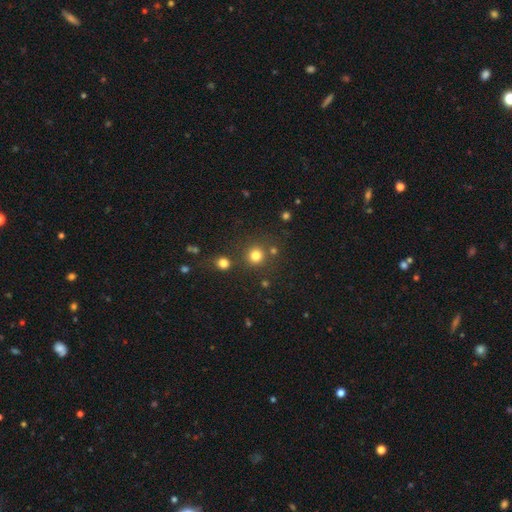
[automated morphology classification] smooth-or-featured: smooth: 79% | star or artifact: 16% | featured or disk: 5%
  how-rounded: round: 93% | in between: 6% | cigar-shaped: 1%
  merging: none: 79% | merger: 10% | minor disturbance: 7% | major disturbance: 3%